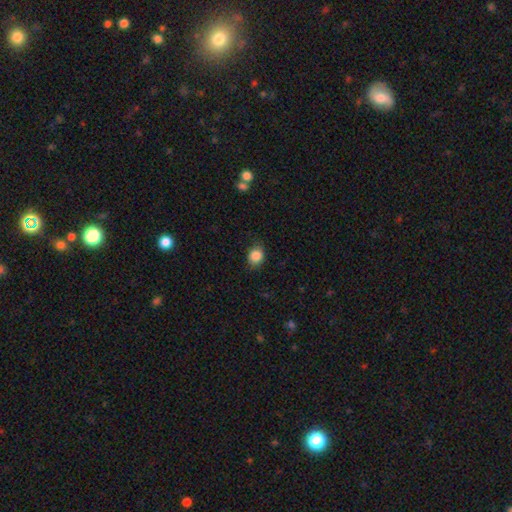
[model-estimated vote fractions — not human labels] Morphology: type=smooth (86%); roundness=round (56%); merging=none (81%).